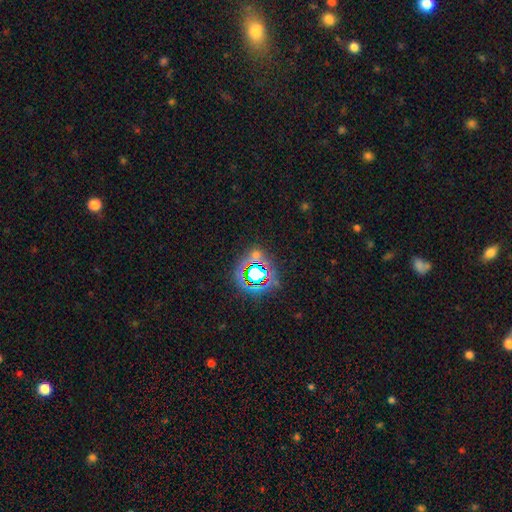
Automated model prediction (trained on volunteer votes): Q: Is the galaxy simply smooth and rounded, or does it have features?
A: star or artifact — 63%.